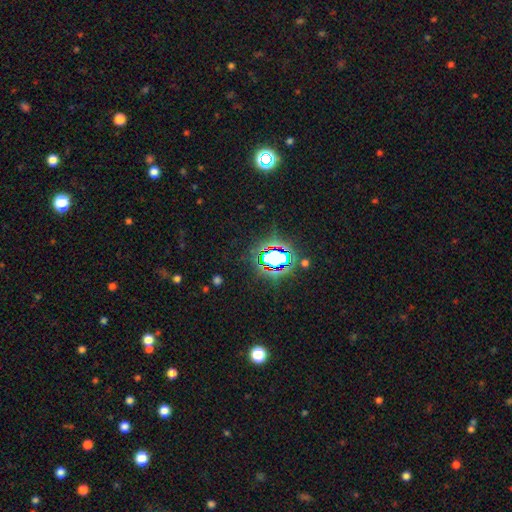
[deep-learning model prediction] Morphology: type=star or artifact (76%).